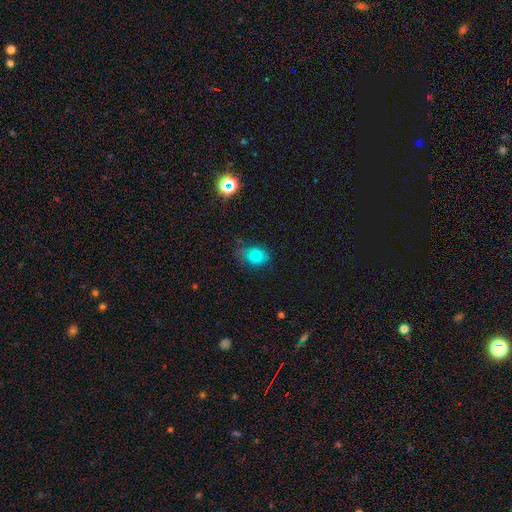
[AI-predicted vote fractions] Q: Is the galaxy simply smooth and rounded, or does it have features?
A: smooth — 76%.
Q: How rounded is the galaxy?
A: in between — 54%.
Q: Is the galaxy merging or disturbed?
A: none — 58%.